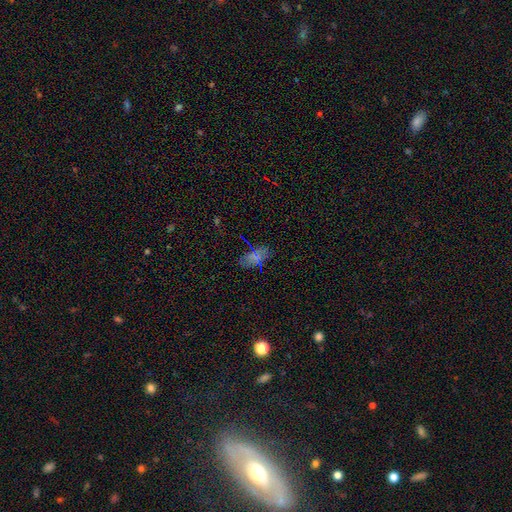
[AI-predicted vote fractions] Overall: smooth (53%; star or artifact 30%). How rounded: in between (86%). Merging: none (77%).